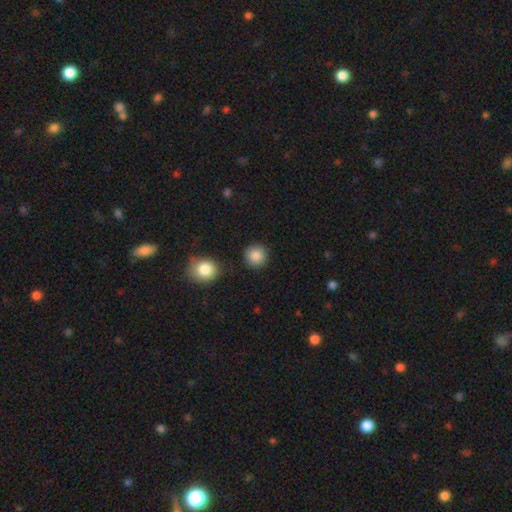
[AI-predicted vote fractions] Smooth or featured? smooth (88%)
How rounded? round (93%)
Merging? none (87%)